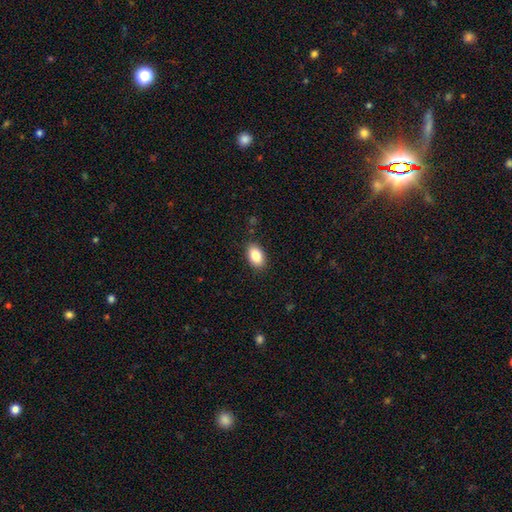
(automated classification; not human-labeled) Smooth or featured?
  - smooth: 86% *
  - star or artifact: 8%
  - featured or disk: 6%
How rounded?
  - in between: 90% *
  - round: 8%
  - cigar-shaped: 2%
Merging?
  - none: 87% *
  - minor disturbance: 10%
  - major disturbance: 2%
  - merger: 1%